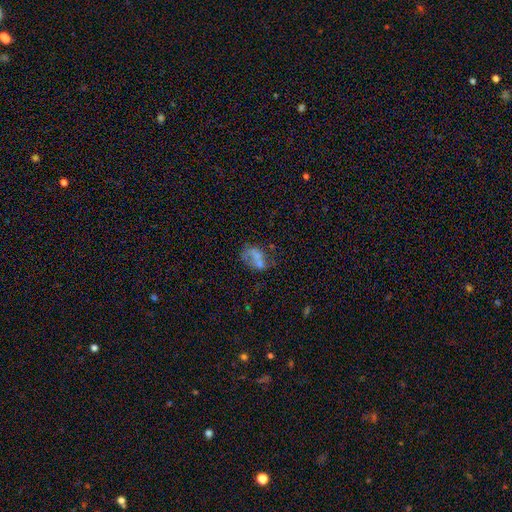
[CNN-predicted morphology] Smooth or featured? Predicted: smooth (p=0.49). Merging? Predicted: merger (p=0.33).